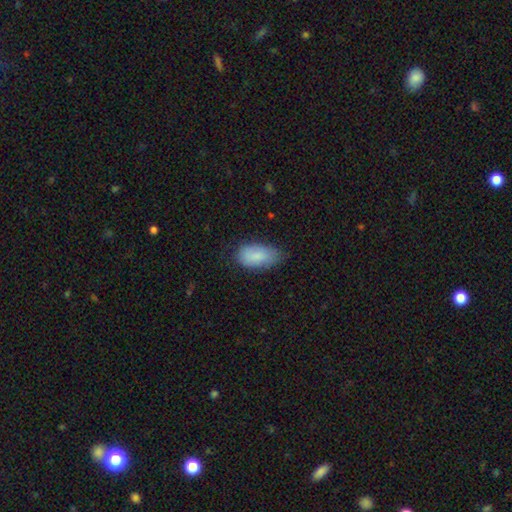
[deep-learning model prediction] A smooth galaxy with no disk features (86%) that is in between round and cigar-shaped (94%).

Vote fractions:
- Smooth or featured? smooth: 86% / featured or disk: 7% / star or artifact: 6%
- How rounded? in between: 94% / cigar-shaped: 3% / round: 3%
- Merging? none: 63% / minor disturbance: 30% / major disturbance: 6% / merger: 1%